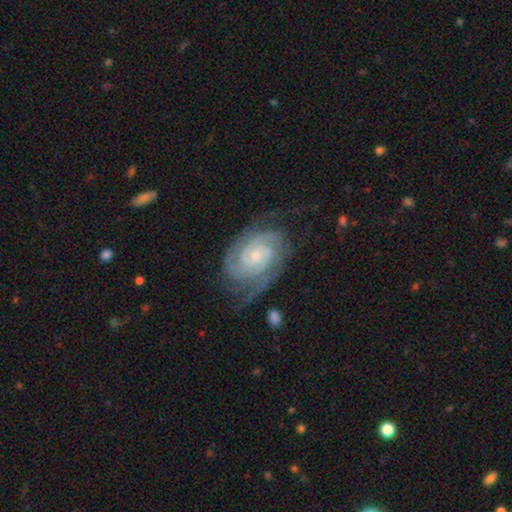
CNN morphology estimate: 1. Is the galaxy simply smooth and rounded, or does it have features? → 91% featured or disk, 5% star or artifact, 4% smooth.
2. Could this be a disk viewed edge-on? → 98% no, 2% yes.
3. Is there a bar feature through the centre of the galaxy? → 65% no, 28% weak, 7% strong.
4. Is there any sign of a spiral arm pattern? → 98% yes, 2% no.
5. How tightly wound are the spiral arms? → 75% tight, 22% medium, 3% loose.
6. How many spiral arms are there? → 59% 2, 15% 3, 11% can't tell, 6% 4, 4% more than 4, 4% 1.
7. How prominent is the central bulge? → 67% small, 28% moderate, 3% none, 2% large, 1% dominant.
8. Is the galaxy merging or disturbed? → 72% none, 18% minor disturbance, 8% major disturbance, 2% merger.